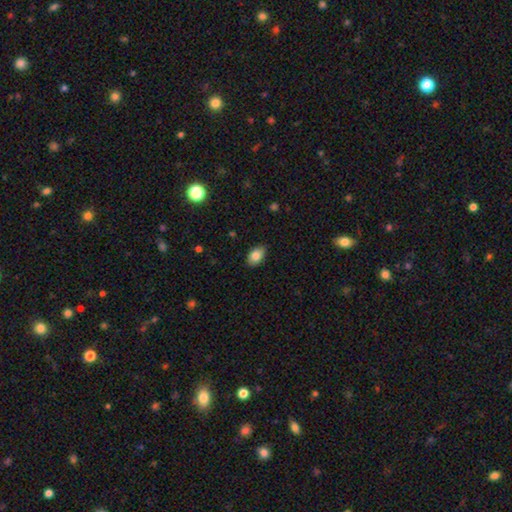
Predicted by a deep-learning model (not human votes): smooth_or_featured: smooth (p=0.84) [alt: star or artifact p=0.08]
how_rounded: in between (p=0.89) [alt: round p=0.09]
merging: none (p=0.85) [alt: minor disturbance p=0.12]